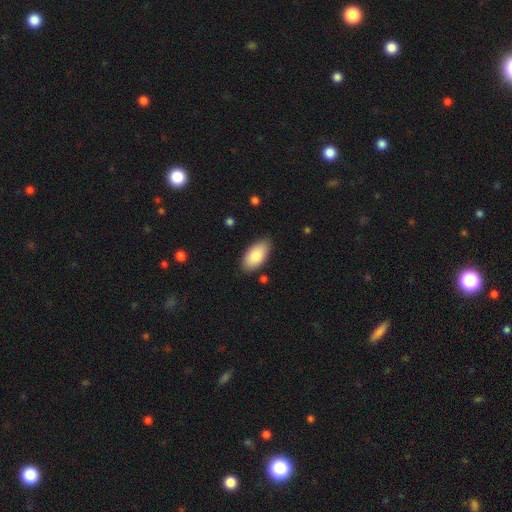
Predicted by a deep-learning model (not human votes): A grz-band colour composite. It shows a smooth galaxy with no disk features (82%) that is in between round and cigar-shaped (95%). Merging: none (84%).